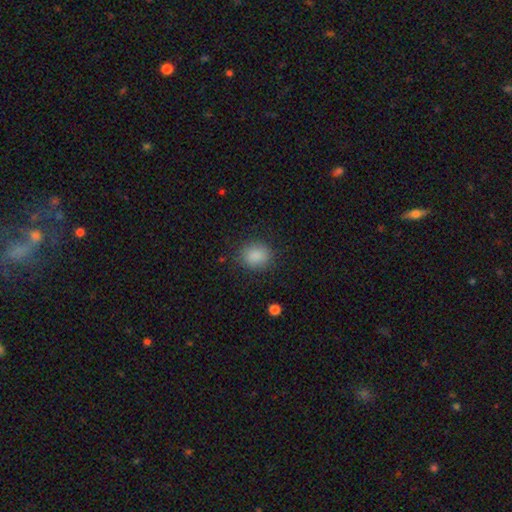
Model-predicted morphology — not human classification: Smooth or featured: smooth — 87% (star or artifact — 9%)
How rounded: round — 71% (in between — 28%)
Merging: none — 84% (minor disturbance — 11%)